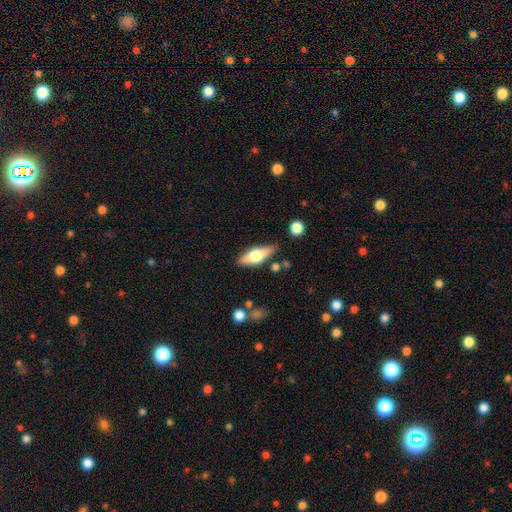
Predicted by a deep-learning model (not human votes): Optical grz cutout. It shows a smooth galaxy with no disk features (48%). Merging: none (81%).